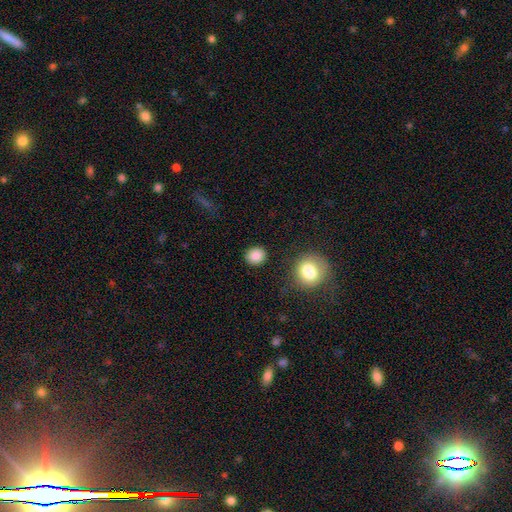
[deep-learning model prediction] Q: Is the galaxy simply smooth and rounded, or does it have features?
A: smooth — 86%.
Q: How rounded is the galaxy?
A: round — 81%.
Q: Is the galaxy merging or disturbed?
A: none — 86%.